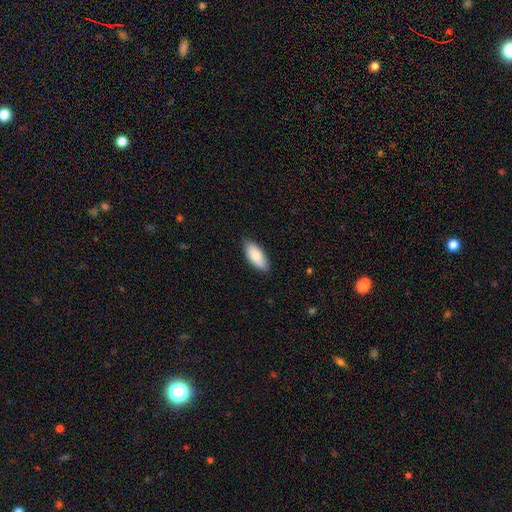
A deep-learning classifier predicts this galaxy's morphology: smooth_or_featured: smooth (p=0.83) [alt: featured or disk p=0.12]
how_rounded: in between (p=0.83) [alt: cigar-shaped p=0.15]
merging: none (p=0.84) [alt: minor disturbance p=0.13]